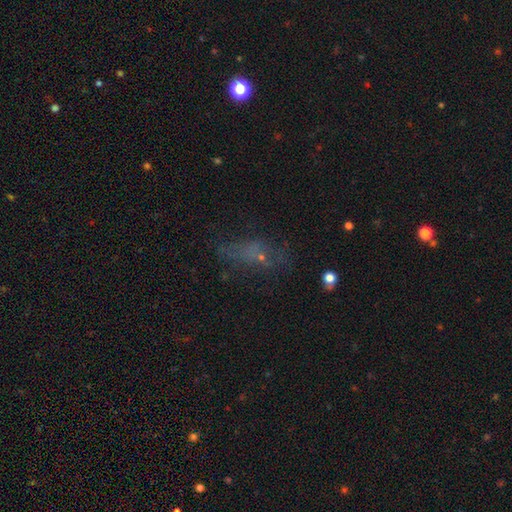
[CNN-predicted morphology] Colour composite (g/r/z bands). It shows a smooth galaxy with no disk features (40%). Merging: none (59%).